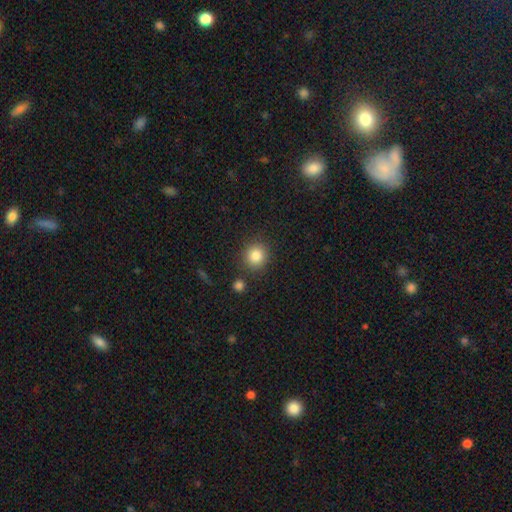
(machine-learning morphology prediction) A smooth galaxy with no disk features (84%) that is round (88%). Merging: none (84%).